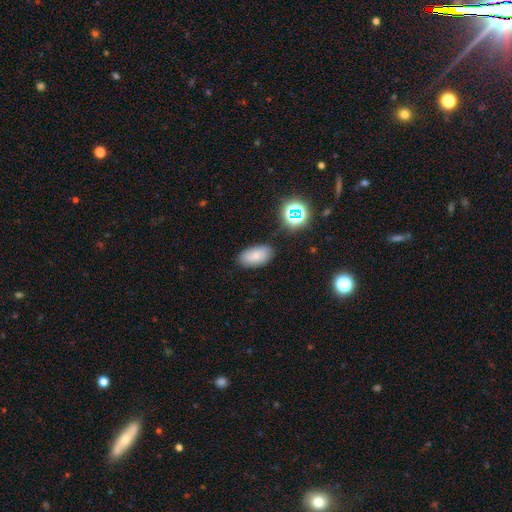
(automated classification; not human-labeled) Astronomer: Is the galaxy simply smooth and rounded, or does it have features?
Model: smooth — 74%.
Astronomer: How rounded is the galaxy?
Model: in between — 92%.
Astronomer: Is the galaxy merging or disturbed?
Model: none — 80%.